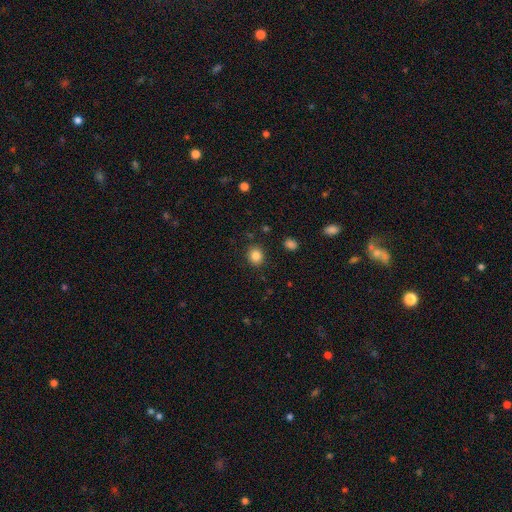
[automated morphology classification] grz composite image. It shows a smooth galaxy with no disk features (85%) that is round (78%). Merging: none (88%).